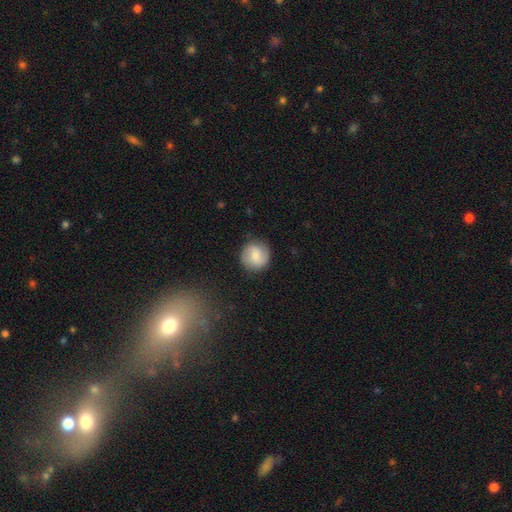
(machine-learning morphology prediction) Smooth or featured? smooth (67%)
How rounded? round (92%)
Merging? none (86%)